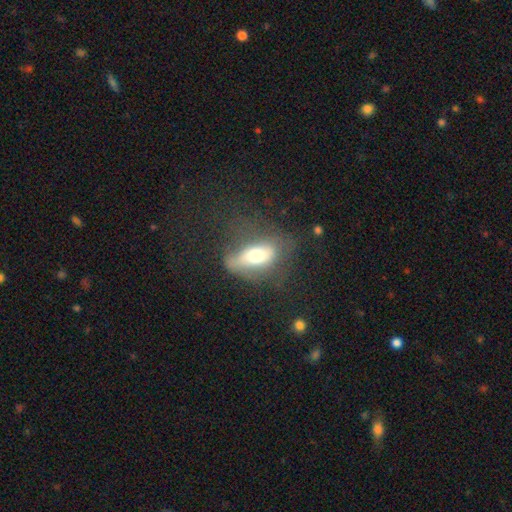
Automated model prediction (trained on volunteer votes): smooth 57%, featured or disk 34%, star or artifact 8%. Down the decision tree: how rounded — in between (80%); merging — none (44%).